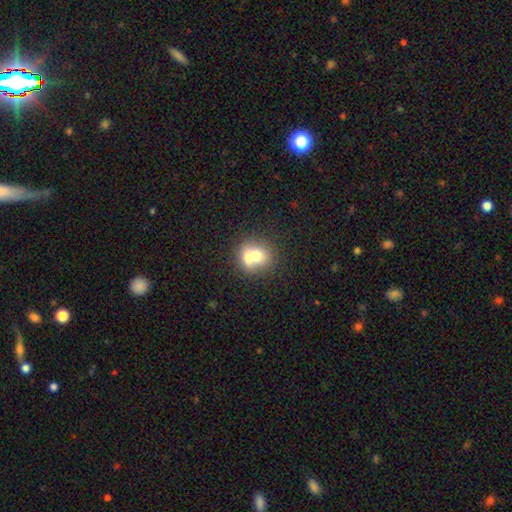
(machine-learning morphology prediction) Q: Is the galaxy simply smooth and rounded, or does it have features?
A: smooth — 67%.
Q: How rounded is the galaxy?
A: round — 74%.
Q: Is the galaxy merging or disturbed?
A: merger — 60%.